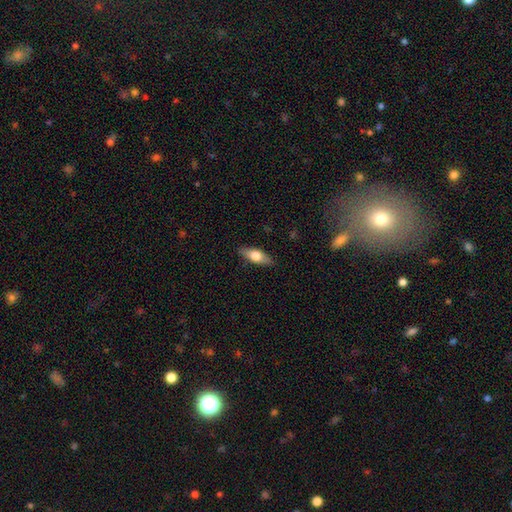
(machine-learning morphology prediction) smooth_or_featured: smooth (p=0.61) [alt: featured or disk p=0.33]
how_rounded: in between (p=0.67) [alt: cigar-shaped p=0.29]
merging: none (p=0.87) [alt: minor disturbance p=0.09]